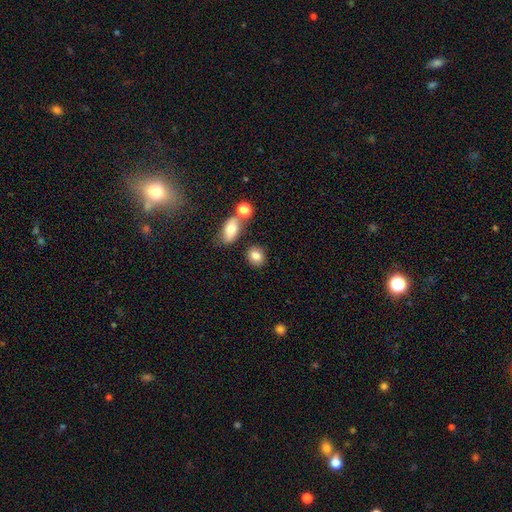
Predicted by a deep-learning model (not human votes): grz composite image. It shows a smooth galaxy with no disk features (82%) that is round (62%). Merging: none (80%).